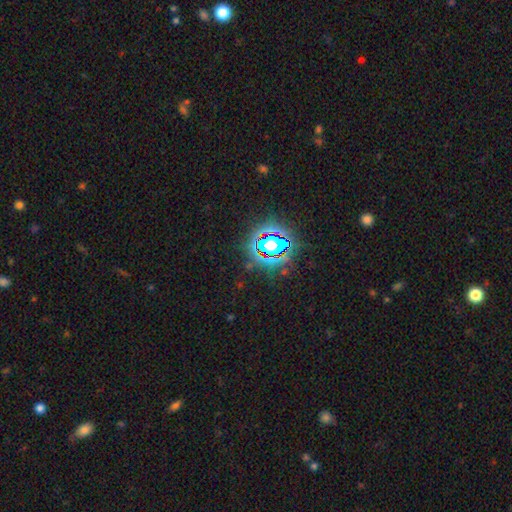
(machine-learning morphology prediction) Smooth or featured? star or artifact (80%)